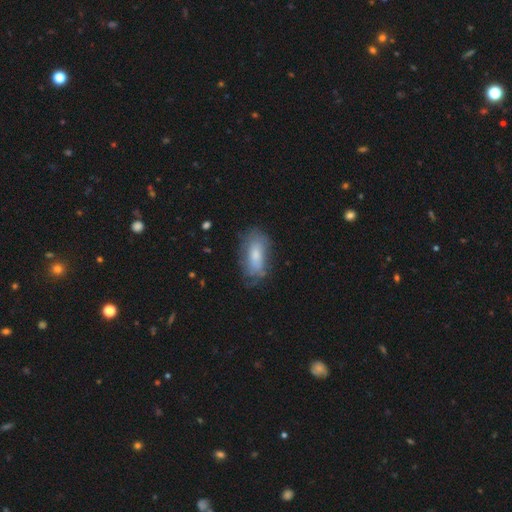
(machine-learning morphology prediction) A smooth galaxy with no disk features (61%) that is in between round and cigar-shaped (84%).

Vote fractions:
- Smooth or featured? smooth: 61% / featured or disk: 31% / star or artifact: 8%
- How rounded? in between: 84% / cigar-shaped: 13% / round: 3%
- Merging? none: 61% / minor disturbance: 25% / major disturbance: 11% / merger: 2%